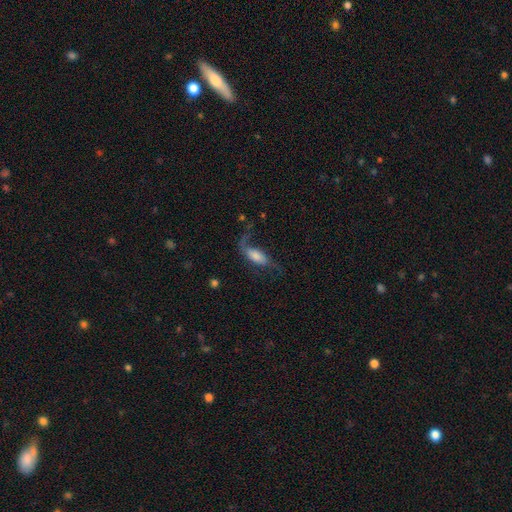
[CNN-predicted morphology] A featured or disk galaxy (52%). Merging: none (42%).